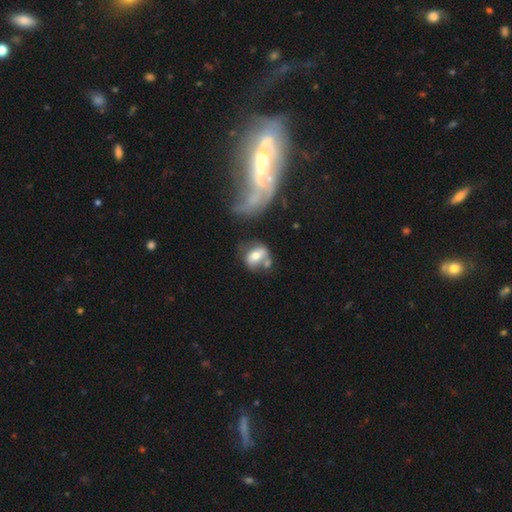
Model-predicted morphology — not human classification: The model was most divided on "merging": none: 37%, merger: 30%, minor disturbance: 19%, major disturbance: 14%. More confident: how rounded — in between (64%); smooth or featured — smooth (58%).